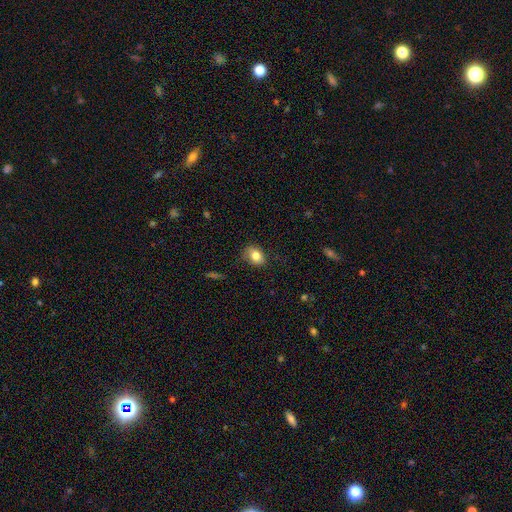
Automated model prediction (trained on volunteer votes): Smooth or featured? Predicted: smooth (p=0.81). How rounded? Predicted: in between (p=0.64). Merging? Predicted: none (p=0.75).